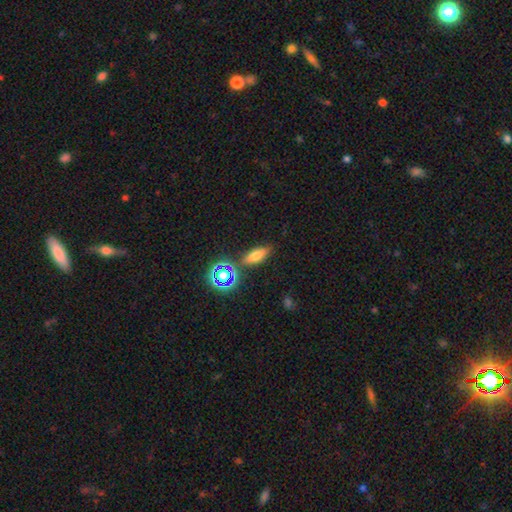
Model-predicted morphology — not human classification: Smooth or featured?
  - smooth: 64% *
  - star or artifact: 20%
  - featured or disk: 17%
How rounded?
  - in between: 65% *
  - cigar-shaped: 27%
  - round: 8%
Merging?
  - none: 79% *
  - minor disturbance: 11%
  - merger: 6%
  - major disturbance: 4%